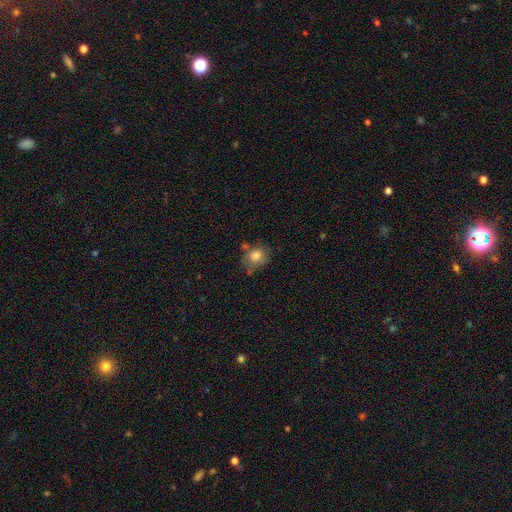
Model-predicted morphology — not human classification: smooth 80%, featured or disk 11%, star or artifact 9%. Down the decision tree: how rounded — round (69%); merging — none (57%).